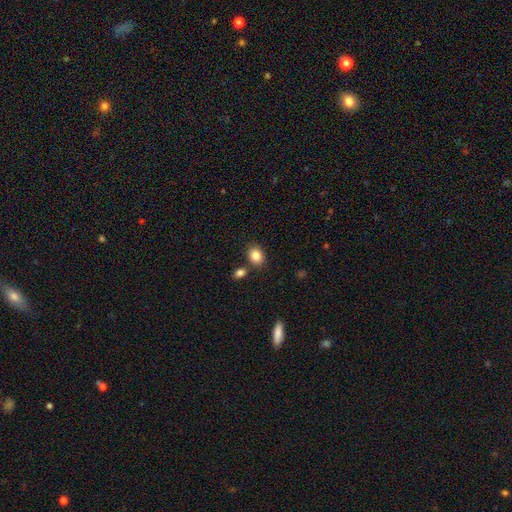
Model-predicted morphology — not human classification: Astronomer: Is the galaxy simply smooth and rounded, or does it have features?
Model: smooth — 85%.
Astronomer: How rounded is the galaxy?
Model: in between — 63%.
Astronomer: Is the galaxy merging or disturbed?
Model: none — 77%.